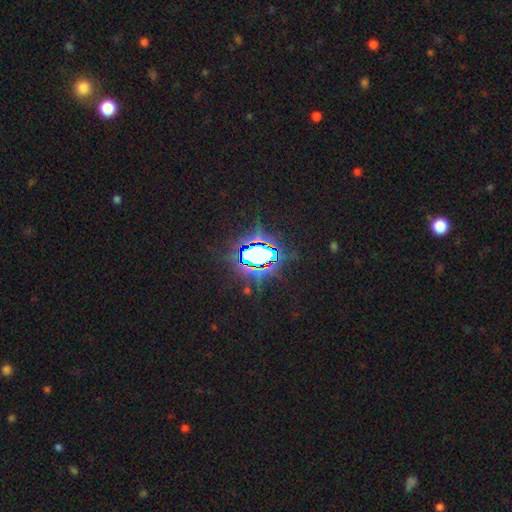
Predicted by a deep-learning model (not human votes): Morphology: type=star or artifact (74%).